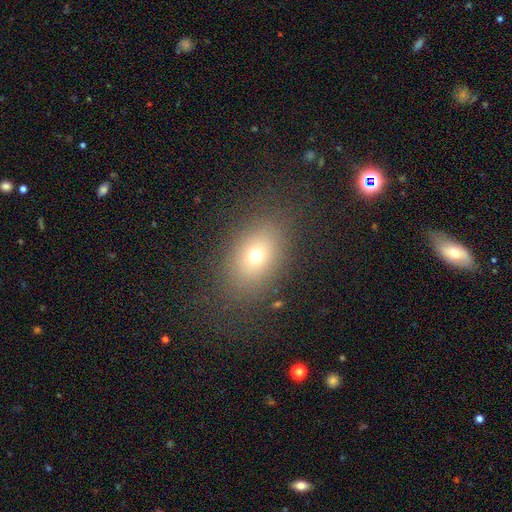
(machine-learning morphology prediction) Q: Smooth or featured?
A: smooth (68%); runner-up: star or artifact (16%)
Q: How rounded?
A: in between (72%); runner-up: round (26%)
Q: Merging?
A: none (81%); runner-up: minor disturbance (11%)